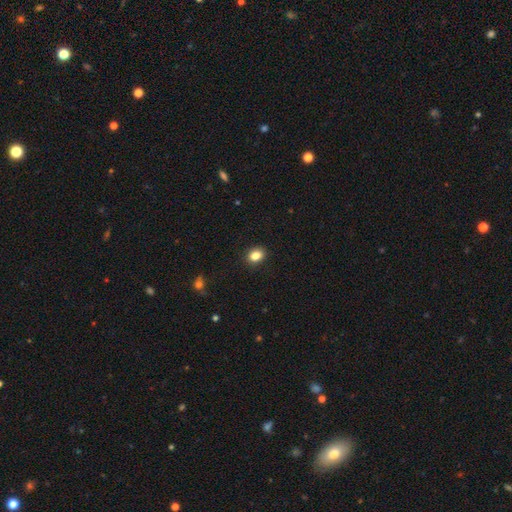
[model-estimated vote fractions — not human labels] A smooth galaxy with no disk features (85%) that is in between round and cigar-shaped (63%). Merging: none (89%).